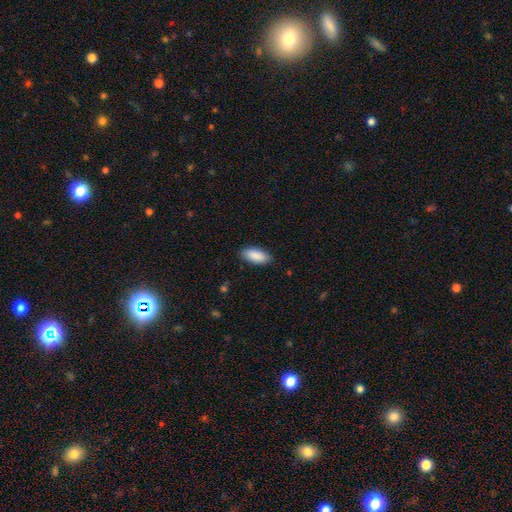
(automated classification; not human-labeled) Smooth or featured: smooth — 90% (star or artifact — 6%)
How rounded: in between — 89% (cigar-shaped — 9%)
Merging: none — 86% (minor disturbance — 10%)